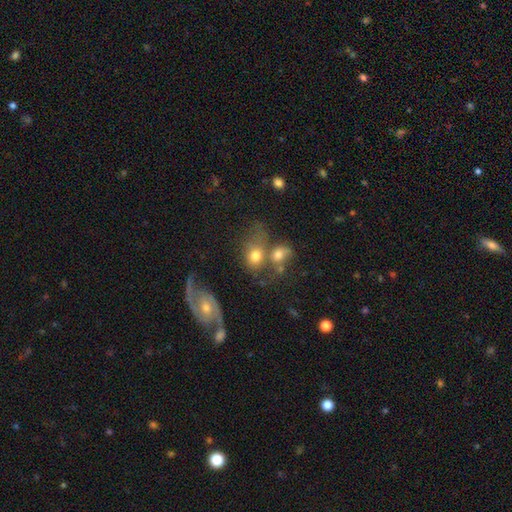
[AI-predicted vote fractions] Q: Smooth or featured?
A: smooth (67%); runner-up: featured or disk (21%)
Q: How rounded?
A: in between (56%); runner-up: round (42%)
Q: Merging?
A: merger (50%); runner-up: none (26%)